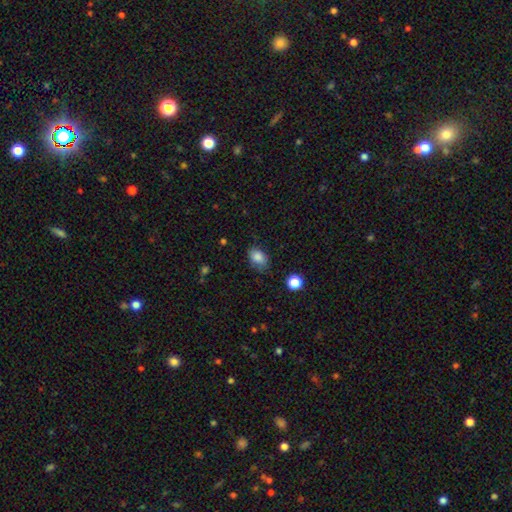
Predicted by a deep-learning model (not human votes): smooth 84%, star or artifact 9%, featured or disk 6%. Down the decision tree: how rounded — in between (79%); merging — none (71%).